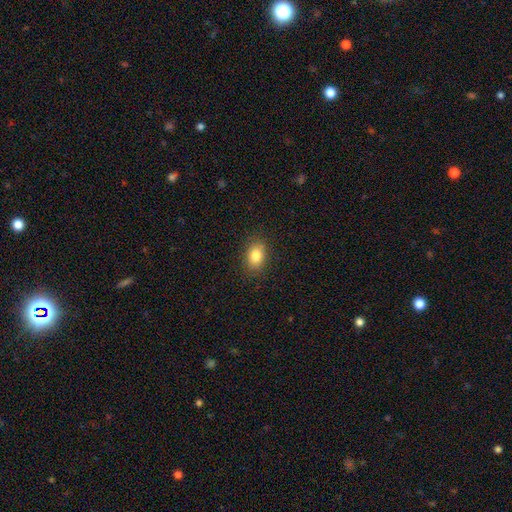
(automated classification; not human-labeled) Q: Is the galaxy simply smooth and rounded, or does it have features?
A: smooth — 84%.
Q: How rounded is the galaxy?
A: in between — 80%.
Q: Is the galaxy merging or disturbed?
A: none — 85%.